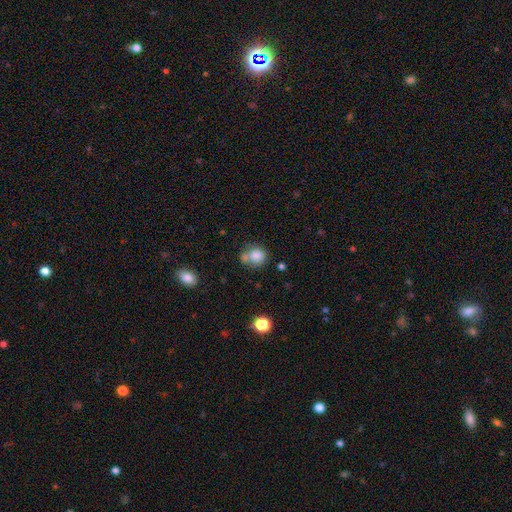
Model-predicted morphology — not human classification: smooth_or_featured: smooth (p=0.81) [alt: star or artifact p=0.10]
how_rounded: round (p=0.80) [alt: in between p=0.19]
merging: none (p=0.50) [alt: merger p=0.27]